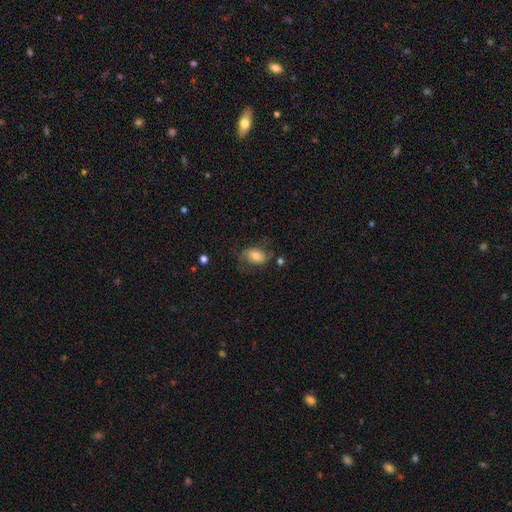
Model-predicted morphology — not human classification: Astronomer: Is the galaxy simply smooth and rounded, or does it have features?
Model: smooth — 66%.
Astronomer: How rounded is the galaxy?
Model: in between — 83%.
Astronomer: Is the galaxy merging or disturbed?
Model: none — 60%.